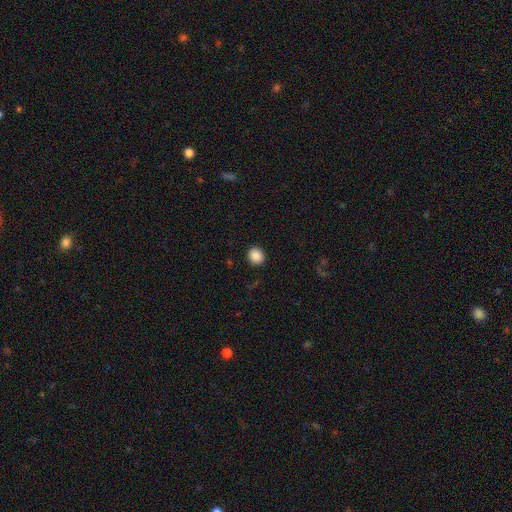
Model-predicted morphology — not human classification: A smooth galaxy with no disk features (88%) that is round (82%). Merging: none (91%).